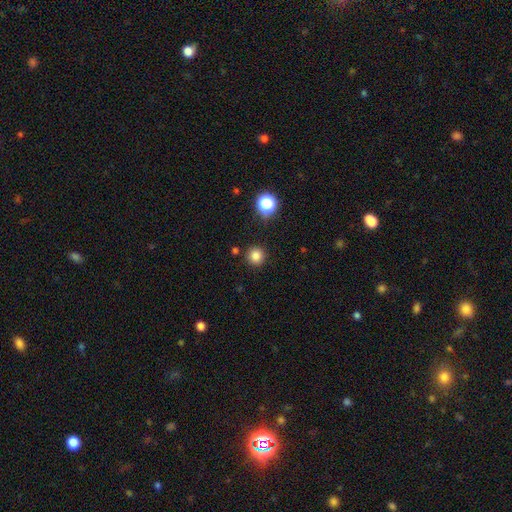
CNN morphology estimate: This appears to be a smooth galaxy with no disk features (82%) that is round (95%). Merging: none (89%).